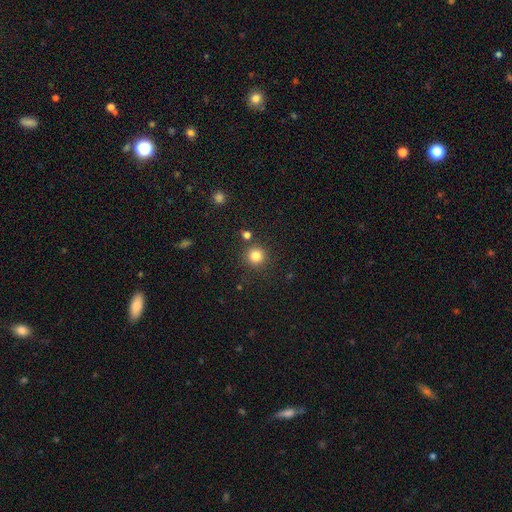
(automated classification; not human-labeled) smooth 82%, star or artifact 13%, featured or disk 5%. Down the decision tree: how rounded — round (94%); merging — none (86%).